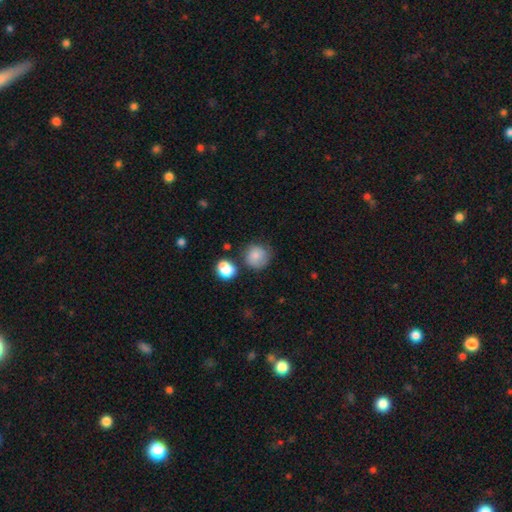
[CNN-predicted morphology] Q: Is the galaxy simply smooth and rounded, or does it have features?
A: smooth — 80%.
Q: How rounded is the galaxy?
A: round — 86%.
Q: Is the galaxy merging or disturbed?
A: none — 62%.